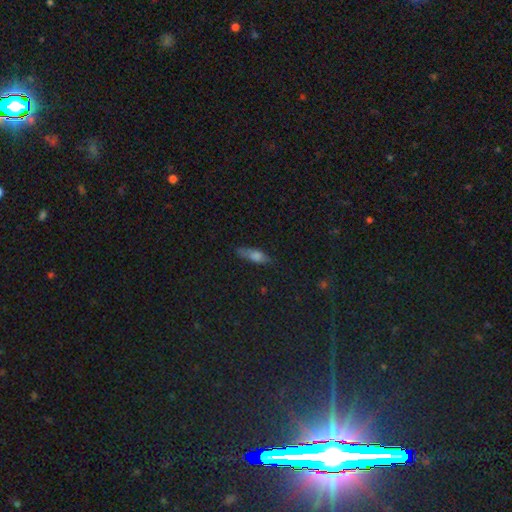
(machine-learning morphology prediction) smooth 64%, featured or disk 24%, star or artifact 12%. Down the decision tree: how rounded — in between (49%); merging — none (75%).